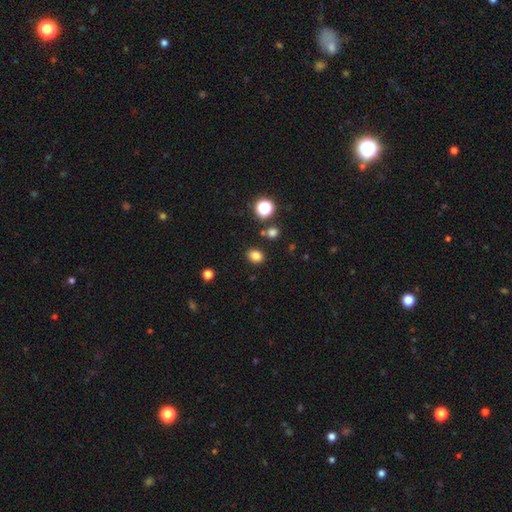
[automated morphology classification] smooth-or-featured: smooth: 82% | star or artifact: 14% | featured or disk: 4%
  how-rounded: round: 51% | in between: 48% | cigar-shaped: 1%
  merging: none: 85% | minor disturbance: 8% | merger: 4% | major disturbance: 3%